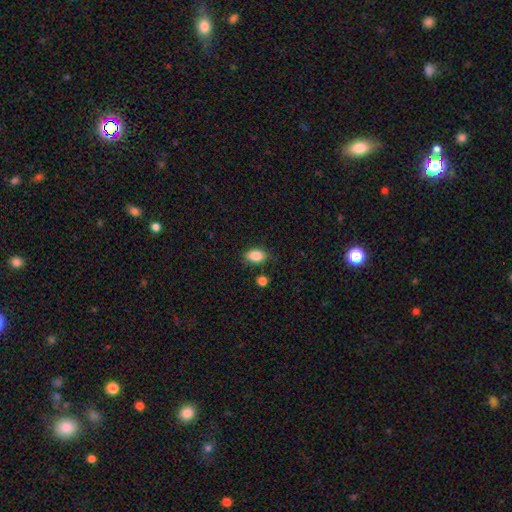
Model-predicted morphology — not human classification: smooth-or-featured: smooth: 86% | star or artifact: 9% | featured or disk: 6%
  how-rounded: in between: 83% | round: 15% | cigar-shaped: 2%
  merging: none: 79% | minor disturbance: 14% | merger: 4% | major disturbance: 3%